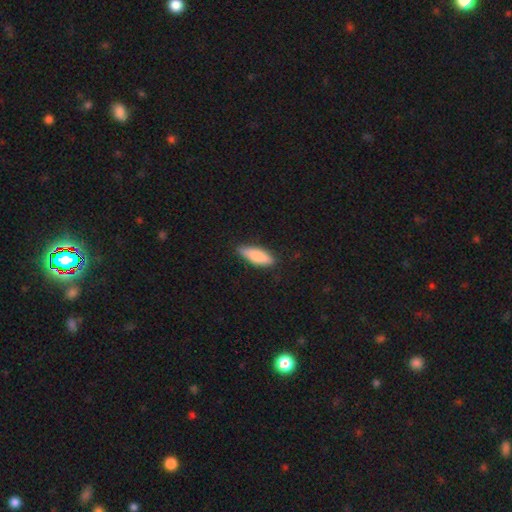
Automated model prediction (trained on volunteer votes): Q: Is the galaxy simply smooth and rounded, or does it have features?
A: smooth — 80%.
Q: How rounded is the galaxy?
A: in between — 61%.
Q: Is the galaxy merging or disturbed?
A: none — 84%.